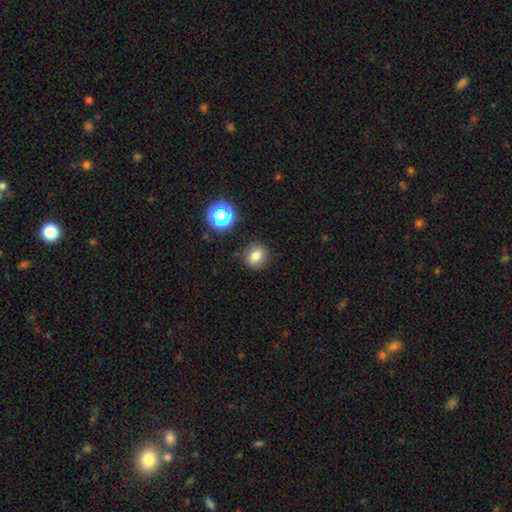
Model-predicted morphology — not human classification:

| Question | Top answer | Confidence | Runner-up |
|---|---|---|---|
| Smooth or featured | smooth | 78% | star or artifact (13%) |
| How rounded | round | 77% | in between (22%) |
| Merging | none | 86% | minor disturbance (9%) |